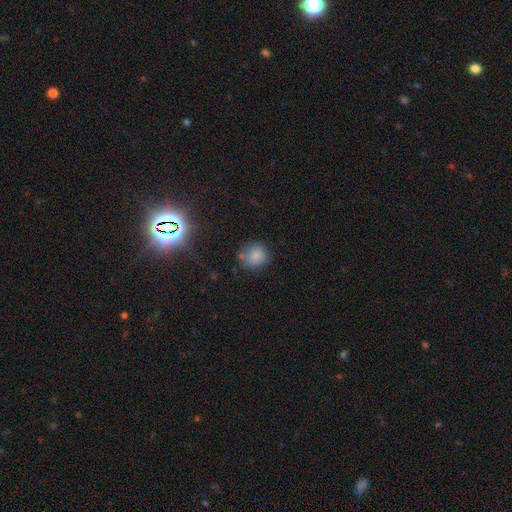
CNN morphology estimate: Smooth or featured? smooth (80%)
How rounded? round (82%)
Merging? none (69%)